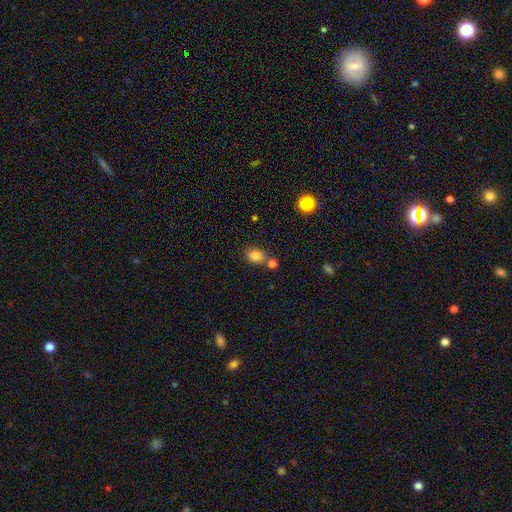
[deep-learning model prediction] Smooth or featured? Predicted: smooth (p=0.84). How rounded? Predicted: in between (p=0.52). Merging? Predicted: none (p=0.62).